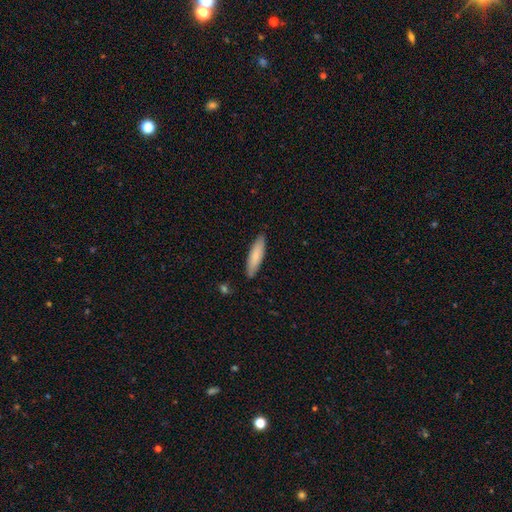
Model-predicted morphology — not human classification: The model was most divided on "how rounded": cigar-shaped: 70%, in between: 29%, round: 1%. More confident: merging — none (87%); smooth or featured — smooth (78%).